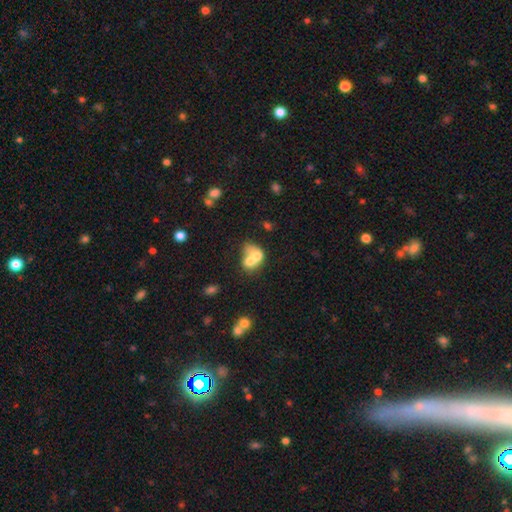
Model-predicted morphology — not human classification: smooth-or-featured: smooth: 63% | featured or disk: 28% | star or artifact: 10%
  how-rounded: in between: 59% | round: 40% | cigar-shaped: 1%
  merging: merger: 71% | none: 15% | minor disturbance: 7% | major disturbance: 6%